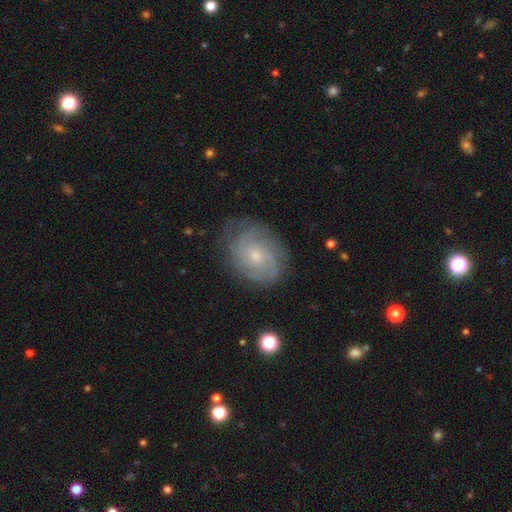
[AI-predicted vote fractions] smooth-or-featured: featured or disk: 76% | smooth: 16% | star or artifact: 8%
  disk-edge-on: no: 97% | yes: 3%
    bar: no: 77% | weak: 20% | strong: 3%
    has-spiral-arms: yes: 93% | no: 7%
      spiral-winding: tight: 67% | medium: 26% | loose: 7%
      spiral-arm-count: can't tell: 40% | 2: 23% | 3: 17% | 4: 10% | more than 4: 5% | 1: 5%
    bulge-size: small: 68% | moderate: 27% | none: 2% | large: 1% | dominant: 1%
  merging: none: 75% | minor disturbance: 17% | major disturbance: 6% | merger: 1%